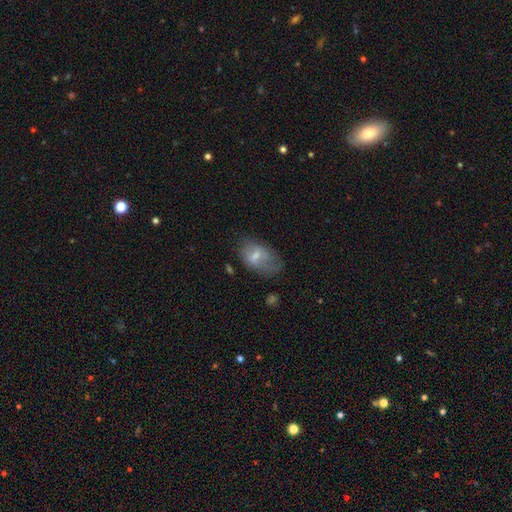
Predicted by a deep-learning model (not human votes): Smooth or featured: smooth — 54% (featured or disk — 38%)
How rounded: in between — 87% (round — 10%)
Merging: none — 45% (minor disturbance — 31%)